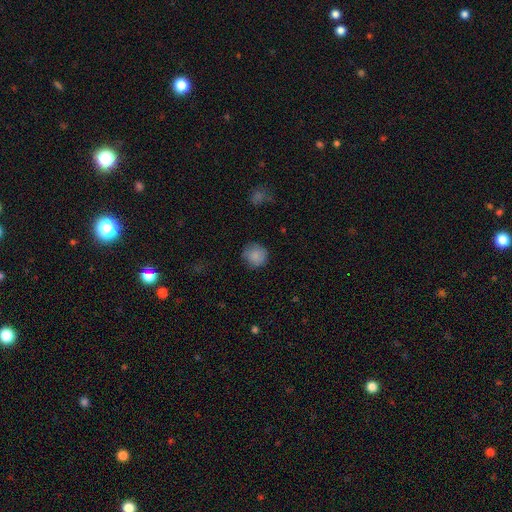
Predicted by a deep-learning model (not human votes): This is clearly a smooth galaxy (86%). How rounded: clearly round (91%). Merging: clearly none (81%).